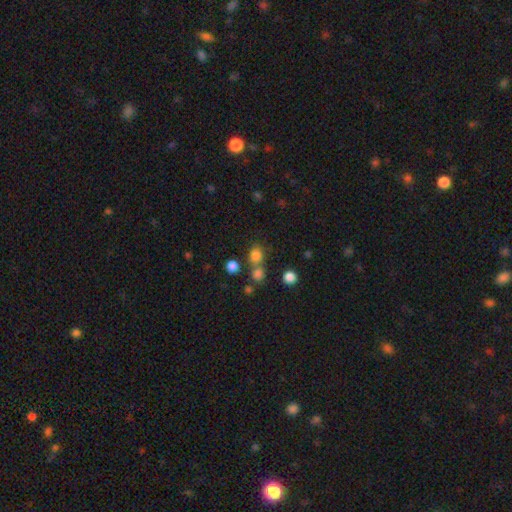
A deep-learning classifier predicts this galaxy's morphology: This is likely a smooth galaxy (77%). How rounded: likely round (76%). Merging: likely none (62%).